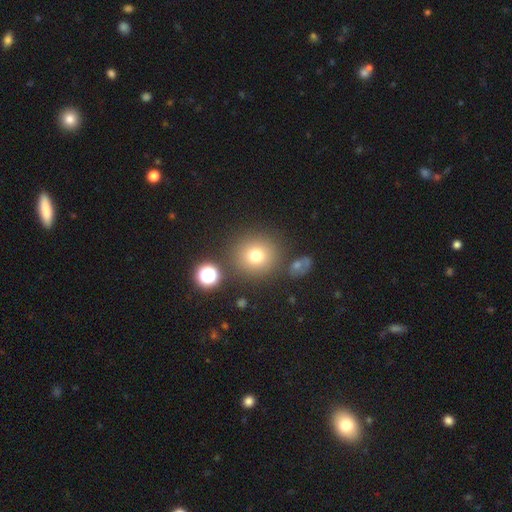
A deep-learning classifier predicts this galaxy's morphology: Smooth or featured? smooth (75%)
How rounded? round (91%)
Merging? none (83%)